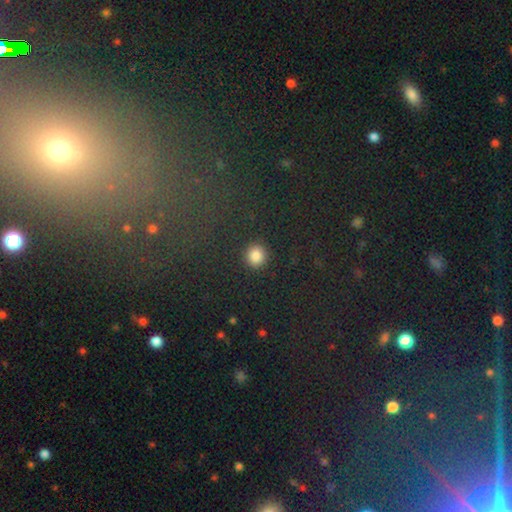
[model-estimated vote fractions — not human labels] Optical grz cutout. It shows a smooth galaxy with no disk features (84%) that is round (87%). Merging: none (90%).